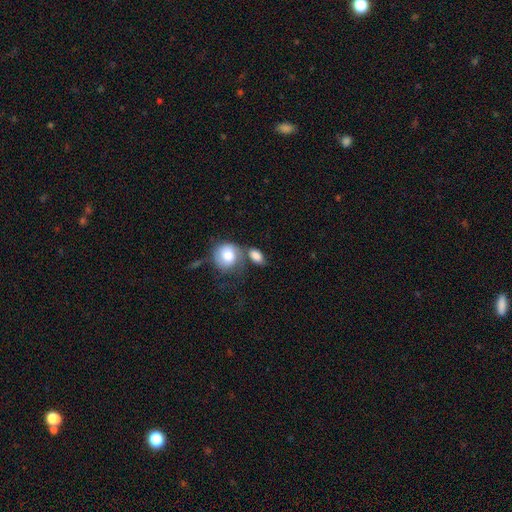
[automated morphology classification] This is clearly a smooth galaxy (81%). How rounded: likely in between (75%). Merging: marginally none (39%).